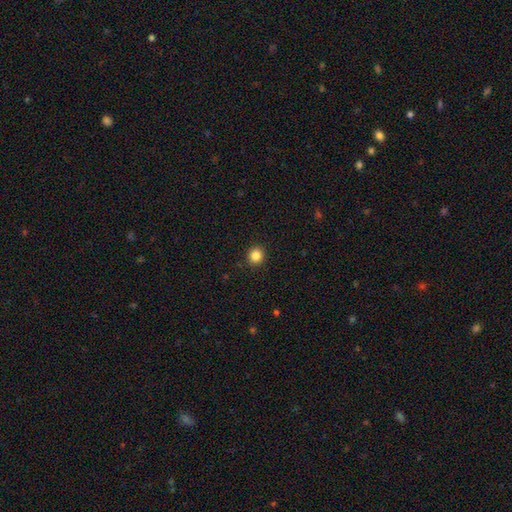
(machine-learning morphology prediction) A smooth galaxy with no disk features (85%) that is round (89%).

Vote fractions:
- Smooth or featured? smooth: 85% / star or artifact: 11% / featured or disk: 4%
- How rounded? round: 89% / in between: 10% / cigar-shaped: 1%
- Merging? none: 92% / minor disturbance: 5% / major disturbance: 2% / merger: 1%